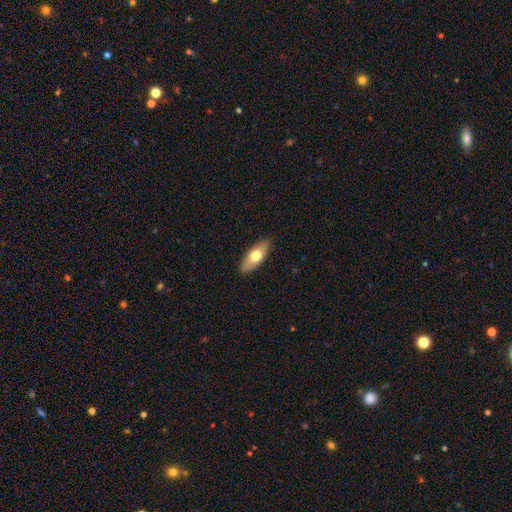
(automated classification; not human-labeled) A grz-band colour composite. It shows a smooth galaxy with no disk features (67%) that is in between round and cigar-shaped (79%). Merging: none (88%).